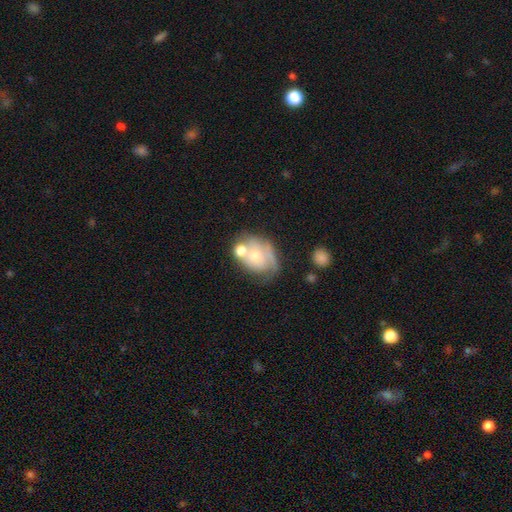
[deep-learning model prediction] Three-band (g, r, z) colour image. It shows a featured or disk galaxy (53%) with no bar (81%), spiral arms (58%) and a moderate central bulge (51%). Merging: none (32%).